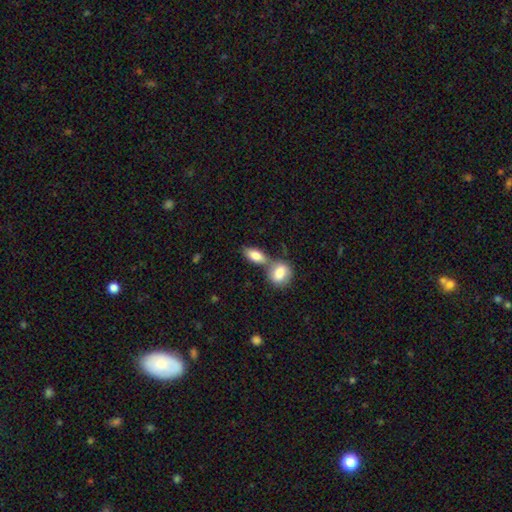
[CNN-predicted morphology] This appears to be a smooth galaxy with no disk features (82%) that is in between round and cigar-shaped (85%). Merging: merger (48%).